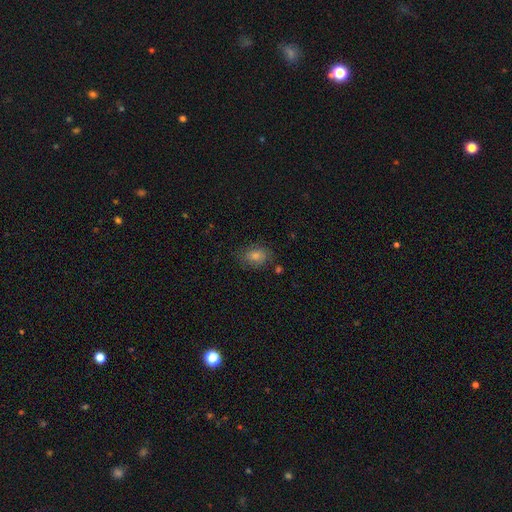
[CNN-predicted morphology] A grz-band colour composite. It shows a smooth galaxy with no disk features (61%) that is in between round and cigar-shaped (68%). Merging: none (79%).